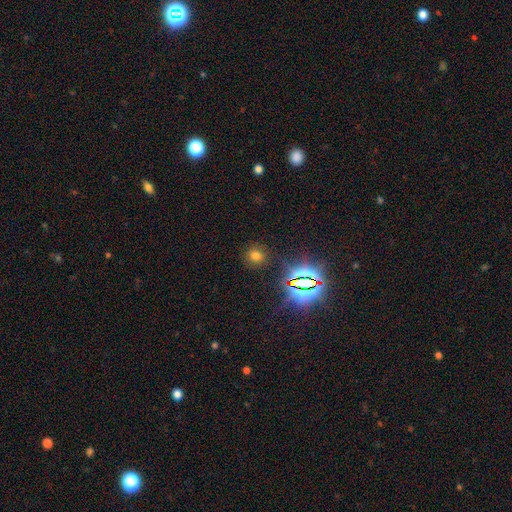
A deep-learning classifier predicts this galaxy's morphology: type=smooth (62%); roundness=round (80%); merging=none (85%).